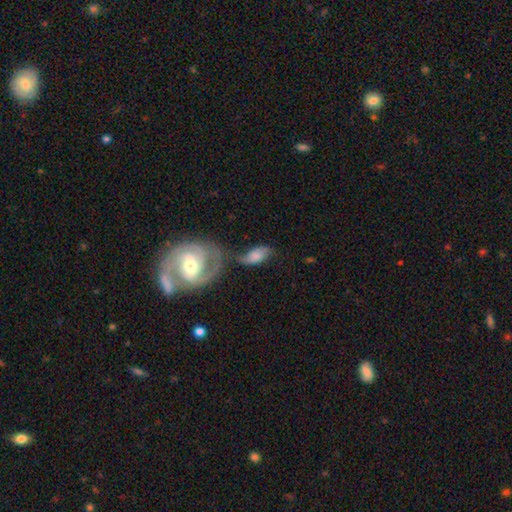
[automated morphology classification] A smooth galaxy with no disk features (50%) that is in between round and cigar-shaped (89%). Merging: none (34%).